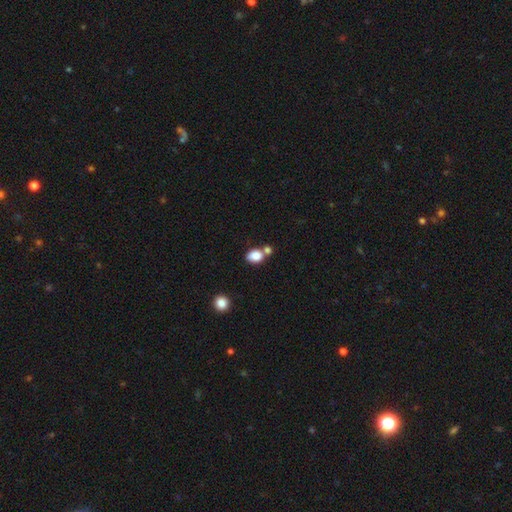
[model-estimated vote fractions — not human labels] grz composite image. It shows a smooth galaxy with no disk features (84%) that is in between round and cigar-shaped (72%). Merging: none (50%).